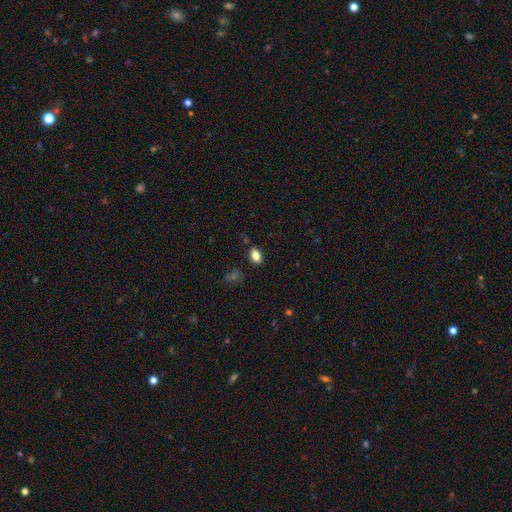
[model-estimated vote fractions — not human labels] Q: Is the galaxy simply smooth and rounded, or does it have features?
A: smooth — 82%.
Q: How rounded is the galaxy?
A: in between — 86%.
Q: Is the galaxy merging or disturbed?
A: none — 83%.